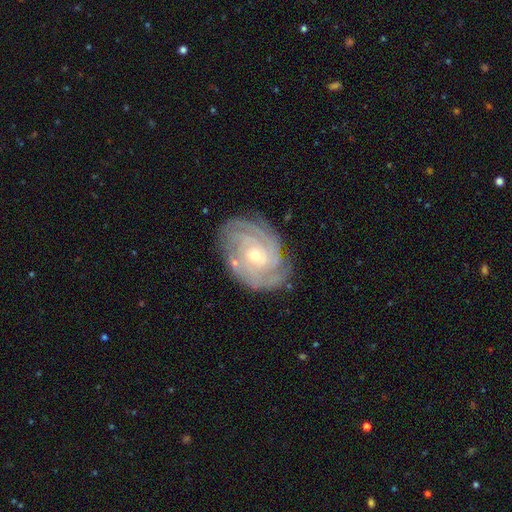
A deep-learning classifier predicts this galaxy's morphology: Overall: featured or disk (89%). Edge-on disk: no (97%). Bar: no (66%). Spiral arms: yes (98%). Spiral arm count: 4 (29%; 3 28%). Spiral winding: tight (80%). Bulge size: small (61%; moderate 36%). Merging: none (80%).